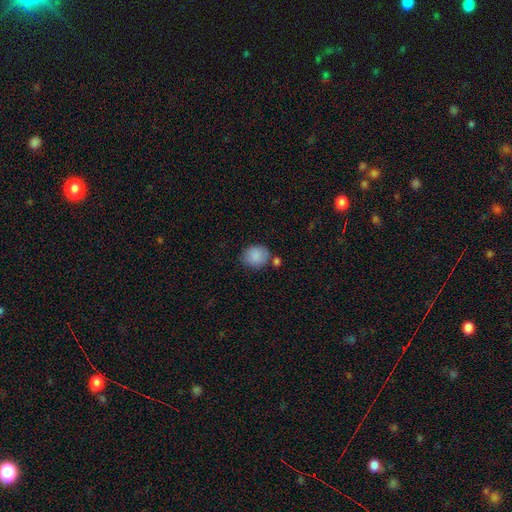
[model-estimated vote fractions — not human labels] smooth_or_featured: smooth (p=0.87) [alt: star or artifact p=0.07]
how_rounded: round (p=0.70) [alt: in between p=0.29]
merging: none (p=0.69) [alt: minor disturbance p=0.16]